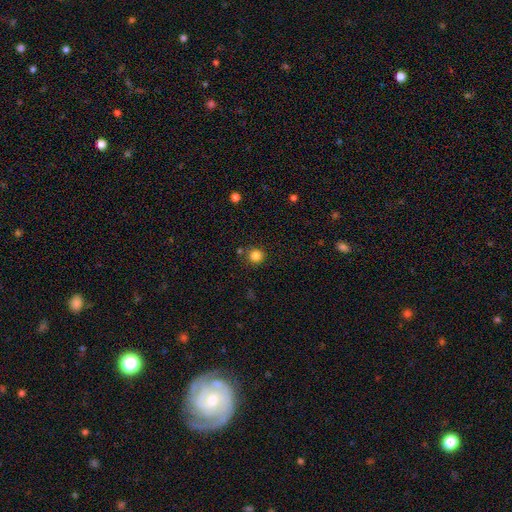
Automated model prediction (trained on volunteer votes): This appears to be a smooth galaxy with no disk features (83%) that is round (94%). Merging: none (84%).